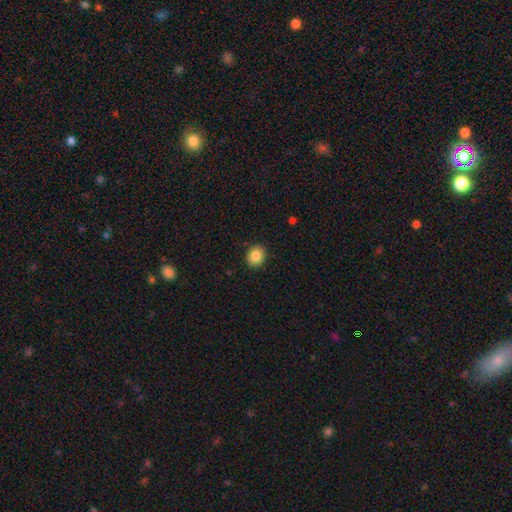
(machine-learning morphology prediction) Overall: smooth (84%). How rounded: round (61%; in between 38%). Merging: none (89%).